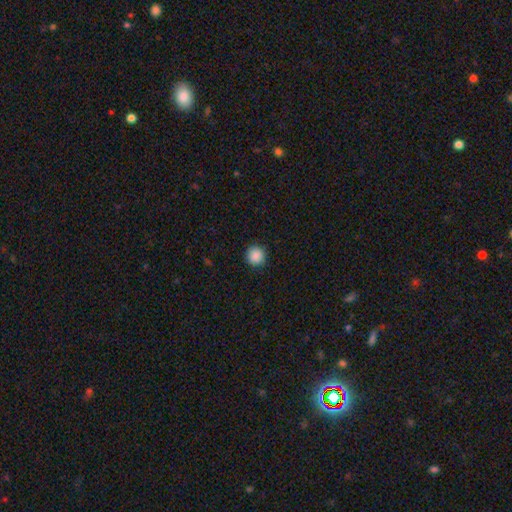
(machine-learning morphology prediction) Smooth or featured? Predicted: smooth (p=0.88). How rounded? Predicted: round (p=0.95). Merging? Predicted: none (p=0.92).